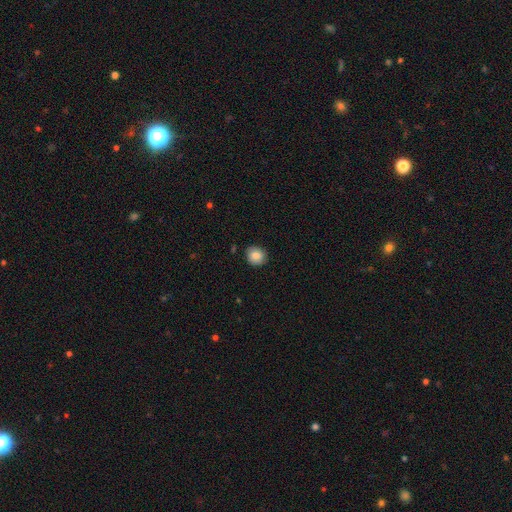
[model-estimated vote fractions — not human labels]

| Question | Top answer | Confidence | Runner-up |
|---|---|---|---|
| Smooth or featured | smooth | 85% | star or artifact (8%) |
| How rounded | round | 85% | in between (15%) |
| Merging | none | 88% | minor disturbance (9%) |